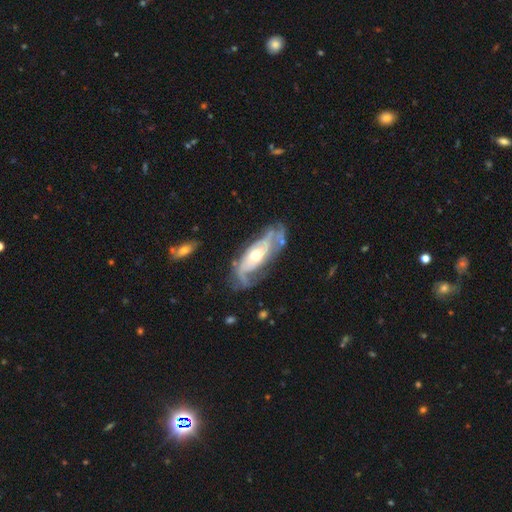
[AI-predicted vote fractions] A featured or disk galaxy (81%) with no bar (68%), 2 (53%) medium (37%) spiral arms (87%) and a moderate central bulge (67%). Merging: none (53%).